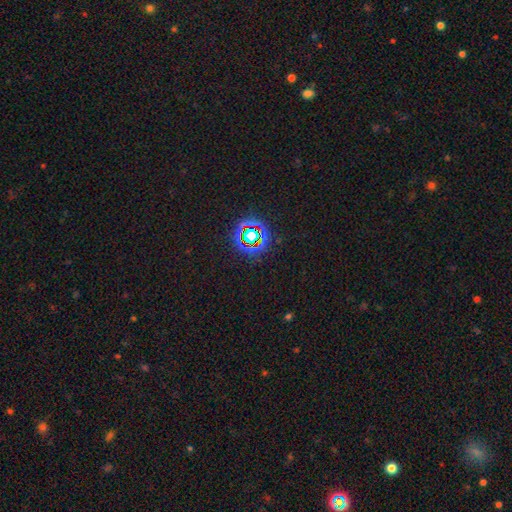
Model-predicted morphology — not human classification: The model was most divided on "smooth or featured": star or artifact: 76%, smooth: 15%, featured or disk: 9%.